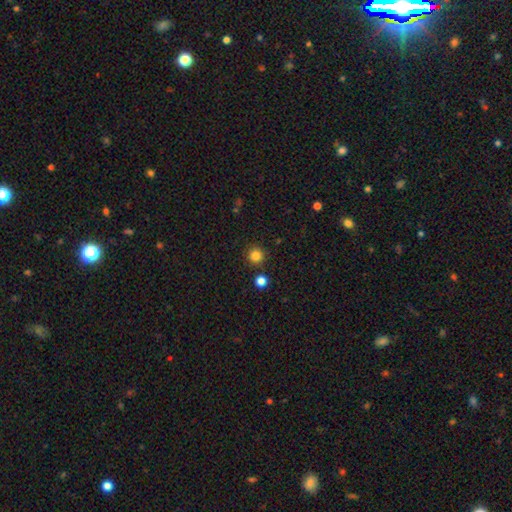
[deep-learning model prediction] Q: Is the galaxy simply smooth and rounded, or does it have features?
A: smooth — 83%.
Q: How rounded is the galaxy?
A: round — 95%.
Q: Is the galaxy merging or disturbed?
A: none — 89%.